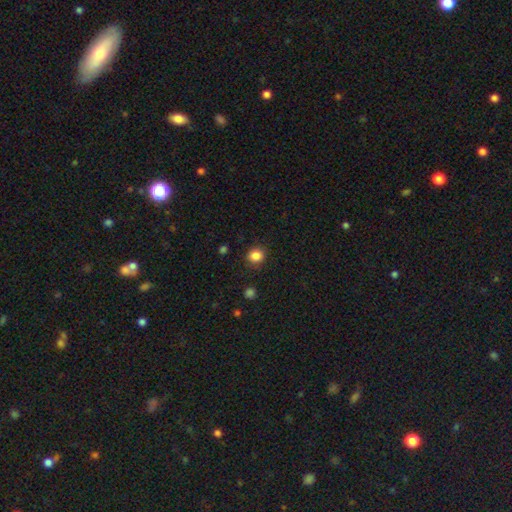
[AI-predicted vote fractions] Overall: smooth (86%). How rounded: round (78%). Merging: none (87%).